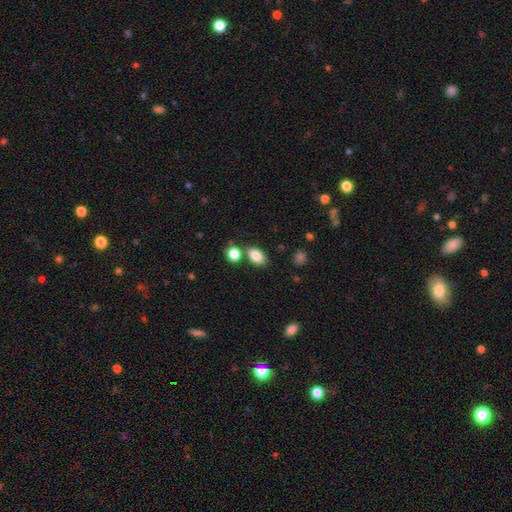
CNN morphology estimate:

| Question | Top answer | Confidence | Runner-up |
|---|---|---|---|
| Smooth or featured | smooth | 84% | star or artifact (9%) |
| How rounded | in between | 86% | round (12%) |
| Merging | none | 72% | merger (13%) |